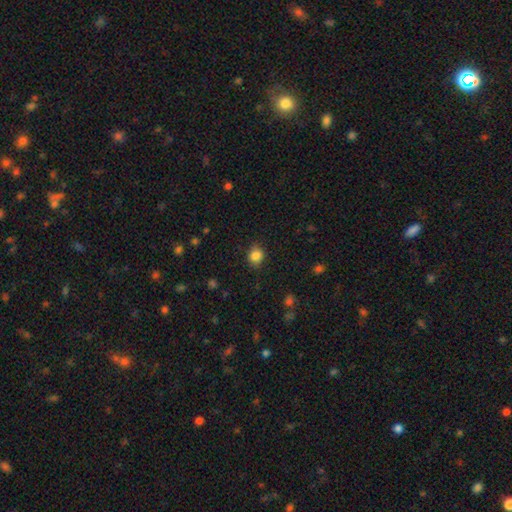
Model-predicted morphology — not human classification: smooth-or-featured: smooth: 84% | star or artifact: 11% | featured or disk: 5%
  how-rounded: round: 69% | in between: 30% | cigar-shaped: 1%
  merging: none: 81% | minor disturbance: 14% | major disturbance: 3% | merger: 1%